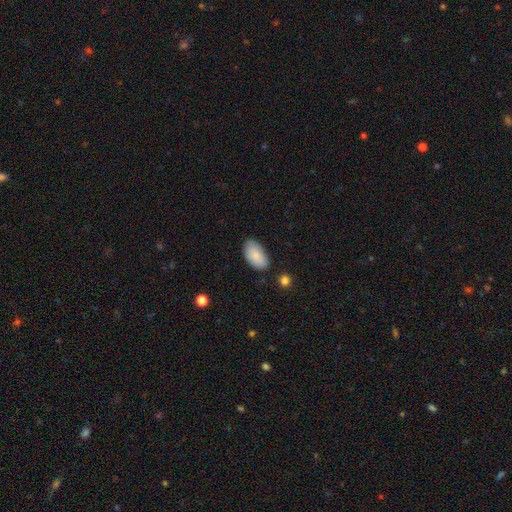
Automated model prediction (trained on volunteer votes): Smooth or featured: smooth — 87% (featured or disk — 7%)
How rounded: in between — 95% (round — 3%)
Merging: none — 79% (minor disturbance — 16%)